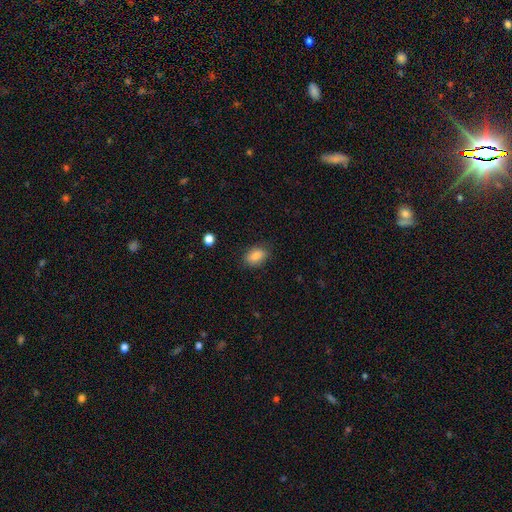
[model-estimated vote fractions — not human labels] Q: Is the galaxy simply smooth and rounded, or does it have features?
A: smooth — 85%.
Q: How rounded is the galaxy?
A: in between — 83%.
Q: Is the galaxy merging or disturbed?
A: none — 83%.